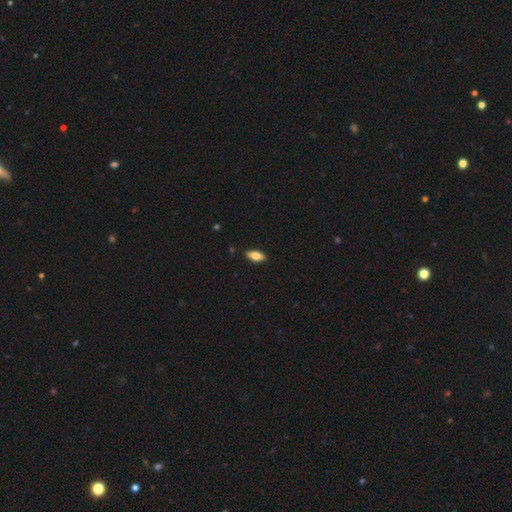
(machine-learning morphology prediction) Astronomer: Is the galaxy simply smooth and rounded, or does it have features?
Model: smooth — 75%.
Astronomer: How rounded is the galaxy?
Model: in between — 83%.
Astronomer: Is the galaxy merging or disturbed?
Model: none — 89%.